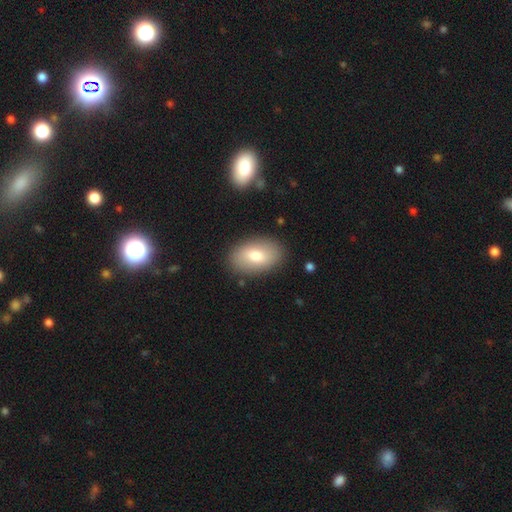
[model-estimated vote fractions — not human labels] smooth 74%, featured or disk 19%, star or artifact 7%. Down the decision tree: how rounded — in between (91%); merging — none (86%).